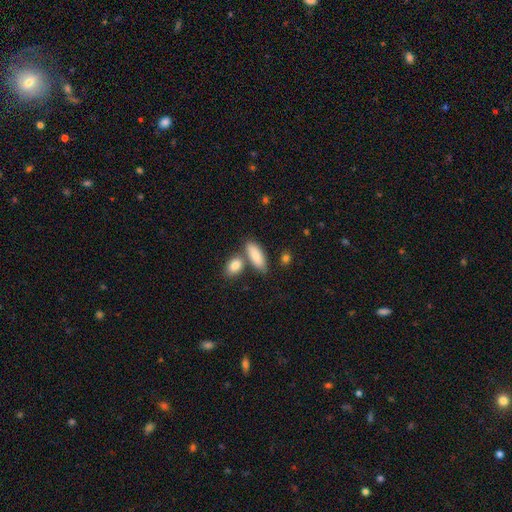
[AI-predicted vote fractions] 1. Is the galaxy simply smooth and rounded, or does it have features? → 83% smooth, 11% featured or disk, 6% star or artifact.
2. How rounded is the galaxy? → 76% in between, 21% cigar-shaped, 3% round.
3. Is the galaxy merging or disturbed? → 62% none, 23% merger, 11% minor disturbance, 3% major disturbance.